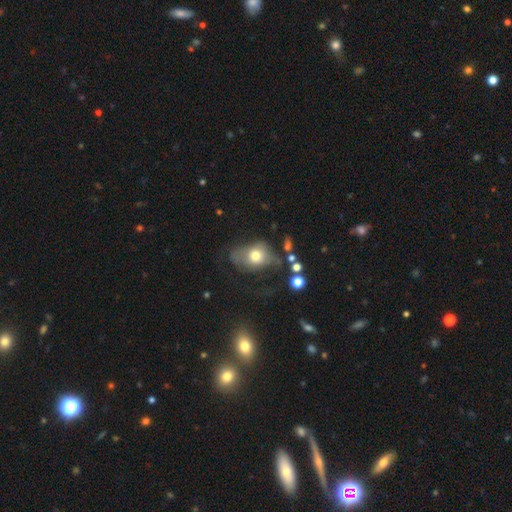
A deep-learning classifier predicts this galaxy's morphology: A smooth galaxy with no disk features (64%) that is in between round and cigar-shaped (69%). Merging: major disturbance (37%).